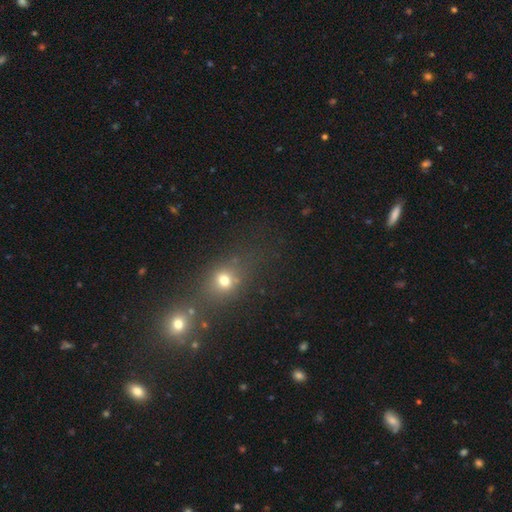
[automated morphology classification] This is possibly a smooth galaxy (48%). Merging: possibly none (49%).